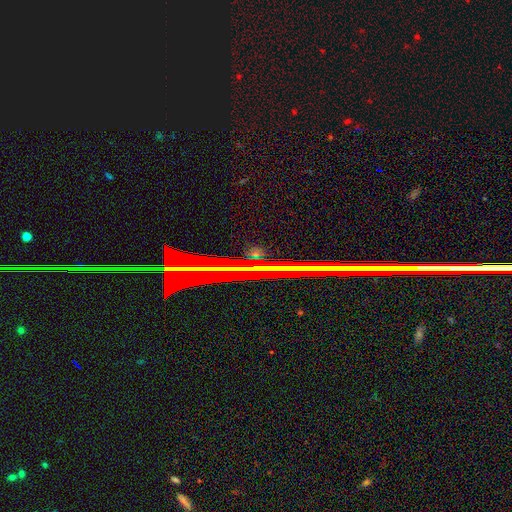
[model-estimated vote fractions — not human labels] Overall: star or artifact (72%).